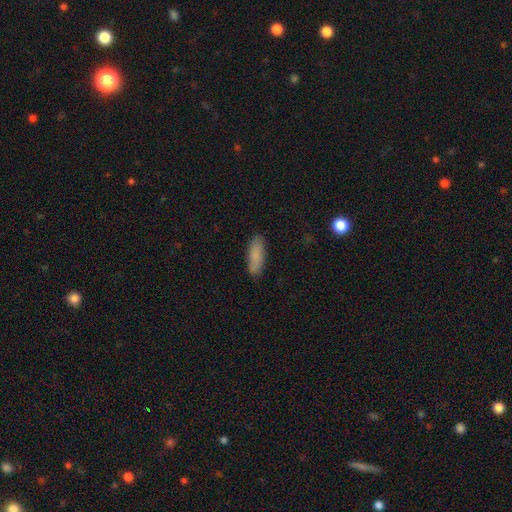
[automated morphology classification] Q: Smooth or featured?
A: smooth (86%); runner-up: featured or disk (8%)
Q: How rounded?
A: in between (55%); runner-up: cigar-shaped (43%)
Q: Merging?
A: none (87%); runner-up: minor disturbance (10%)